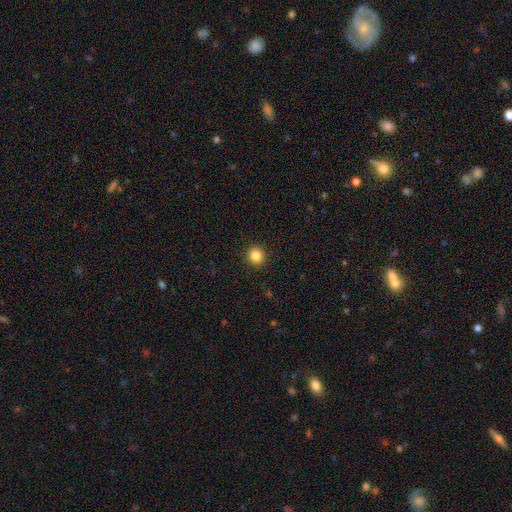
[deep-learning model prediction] Overall: smooth (85%). How rounded: round (93%). Merging: none (93%).